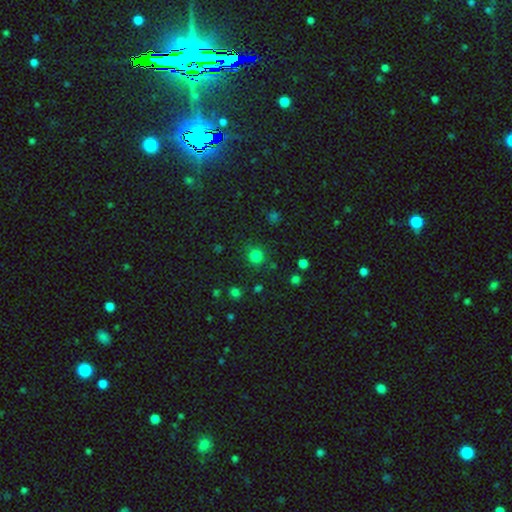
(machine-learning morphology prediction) smooth 80%, star or artifact 16%, featured or disk 5%. Down the decision tree: how rounded — round (91%); merging — none (84%).